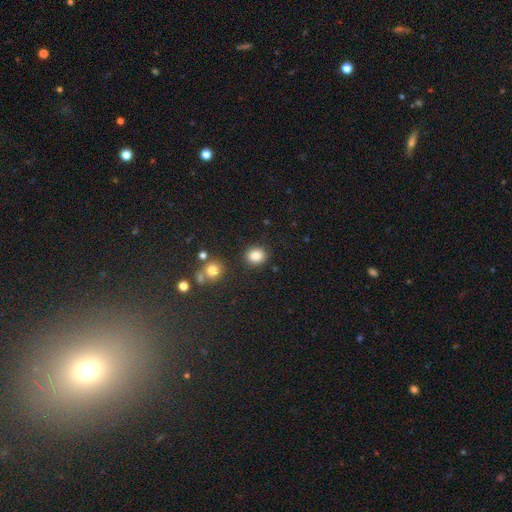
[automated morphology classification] smooth_or_featured: smooth (p=0.85) [alt: star or artifact p=0.10]
how_rounded: round (p=0.72) [alt: in between p=0.27]
merging: none (p=0.85) [alt: minor disturbance p=0.08]